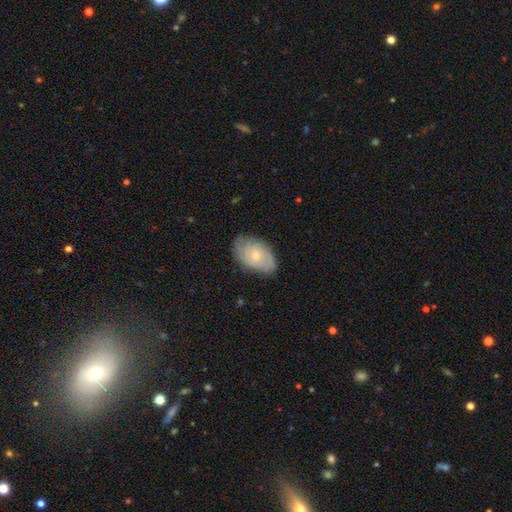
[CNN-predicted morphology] A featured or disk galaxy (60%) with no bar (76%), spiral arms (82%) and a small central bulge (64%).

Vote fractions:
- Smooth or featured? featured or disk: 60% / smooth: 33% / star or artifact: 6%
- Edge-on disk? no: 95% / yes: 5%
- Bar? no: 76% / weak: 21% / strong: 3%
- Spiral arms? yes: 82% / no: 18%
- Bulge size? small: 64% / moderate: 32% / none: 1% / large: 1% / dominant: 1%
- Merging? none: 70% / minor disturbance: 23% / major disturbance: 6% / merger: 1%